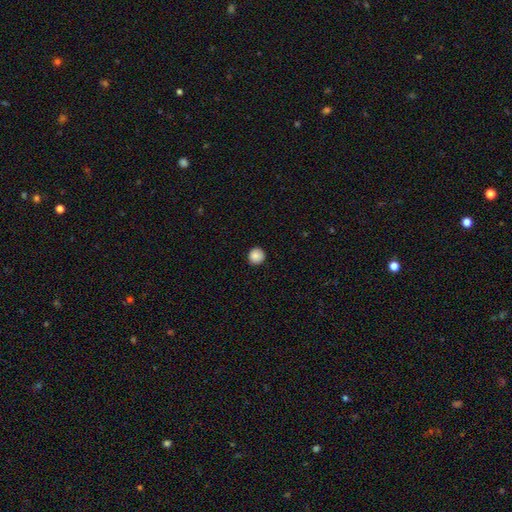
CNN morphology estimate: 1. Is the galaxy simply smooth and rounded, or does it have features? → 88% smooth, 9% star or artifact, 3% featured or disk.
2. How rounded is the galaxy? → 95% round, 4% in between, 1% cigar-shaped.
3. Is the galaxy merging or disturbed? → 92% none, 5% minor disturbance, 2% major disturbance, 1% merger.